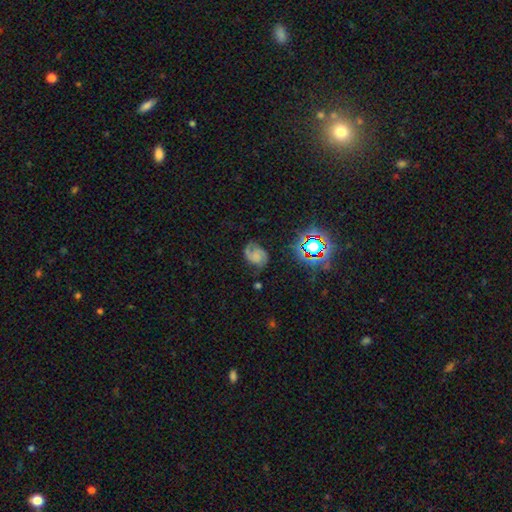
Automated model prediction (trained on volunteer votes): featured or disk 65%, smooth 21%, star or artifact 14%. Down the decision tree: edge-on disk — no (98%); bar — no (66%); spiral arms — yes (93%); spiral arm count — 2 (83%); spiral winding — medium (47%); bulge size — none (48%); merging — none (58%).